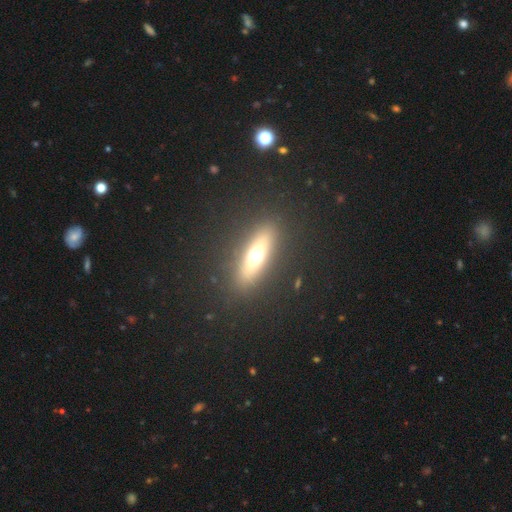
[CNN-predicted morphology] smooth-or-featured: smooth: 51% | featured or disk: 37% | star or artifact: 12%
  how-rounded: cigar-shaped: 53% | in between: 41% | round: 6%
  merging: none: 87% | minor disturbance: 8% | major disturbance: 4% | merger: 1%